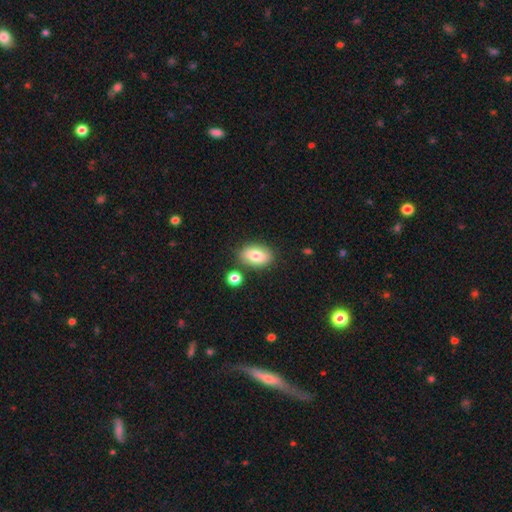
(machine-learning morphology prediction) Smooth or featured?
  - smooth: 78% *
  - featured or disk: 14%
  - star or artifact: 8%
How rounded?
  - in between: 88% *
  - round: 10%
  - cigar-shaped: 2%
Merging?
  - none: 79% *
  - minor disturbance: 11%
  - merger: 7%
  - major disturbance: 3%